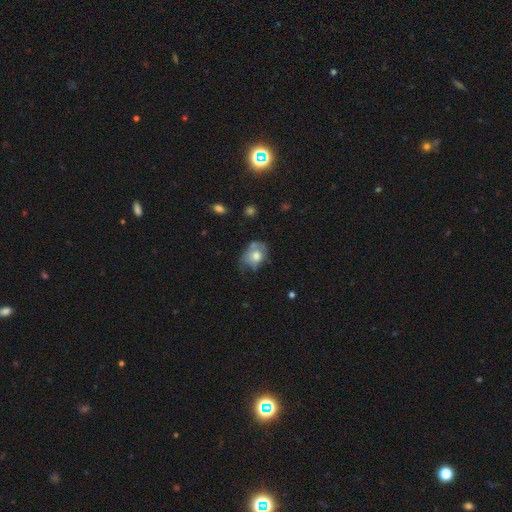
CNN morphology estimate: smooth_or_featured: smooth (p=0.60) [alt: featured or disk p=0.32]
how_rounded: in between (p=0.63) [alt: round p=0.36]
merging: none (p=0.38) [alt: minor disturbance p=0.33]